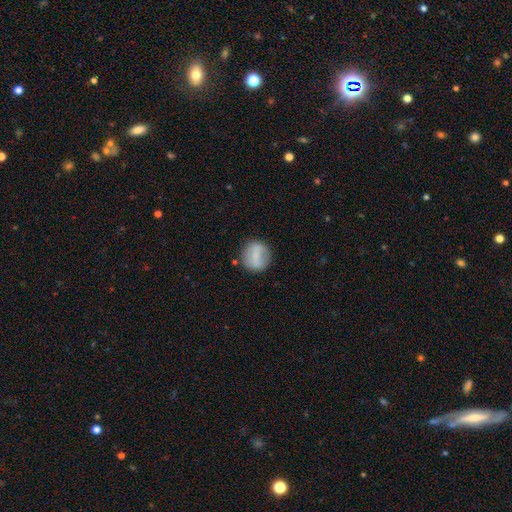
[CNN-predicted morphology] smooth_or_featured: smooth (p=0.65) [alt: featured or disk p=0.27]
how_rounded: round (p=0.85) [alt: in between p=0.14]
merging: none (p=0.80) [alt: minor disturbance p=0.13]